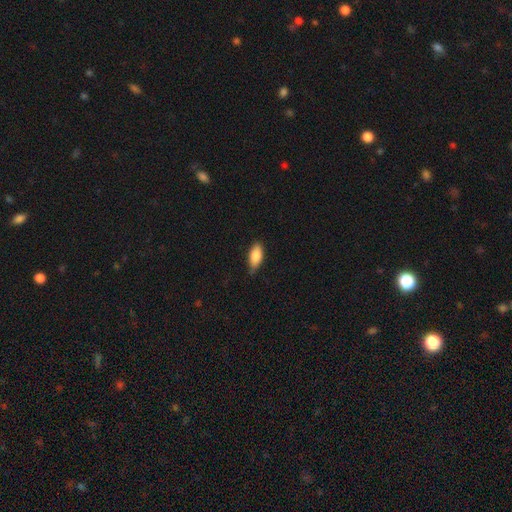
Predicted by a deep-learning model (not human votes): A smooth galaxy with no disk features (82%) that is in between round and cigar-shaped (86%). Merging: none (71%).